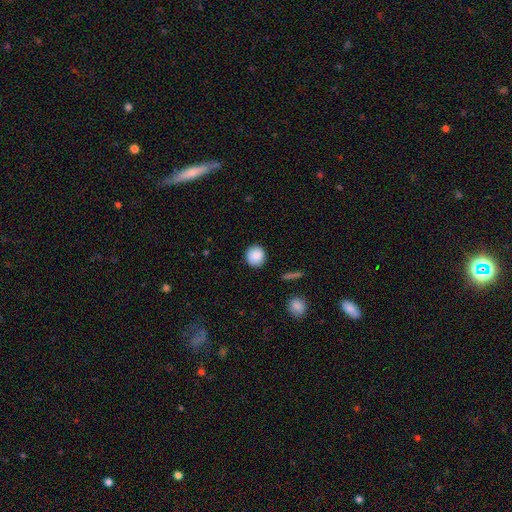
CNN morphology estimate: Overall: smooth (88%). How rounded: round (92%). Merging: none (90%).